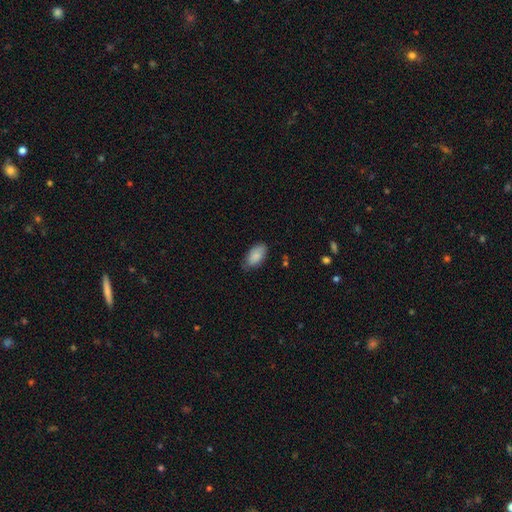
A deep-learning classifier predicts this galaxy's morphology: Smooth or featured? Predicted: smooth (p=0.87). How rounded? Predicted: in between (p=0.94). Merging? Predicted: none (p=0.72).